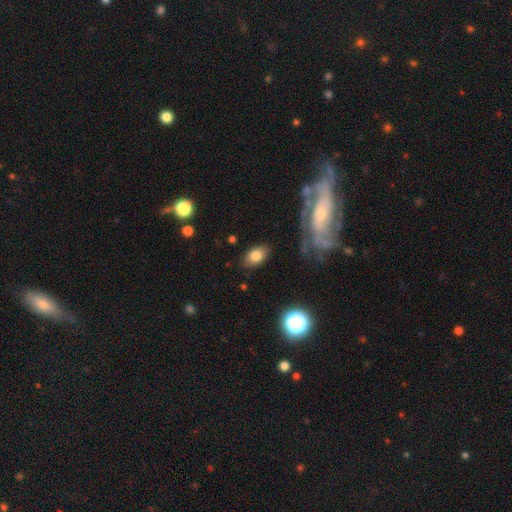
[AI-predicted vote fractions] The model was most divided on "smooth or featured": smooth: 79%, featured or disk: 13%, star or artifact: 9%. More confident: how rounded — in between (87%); merging — none (82%).